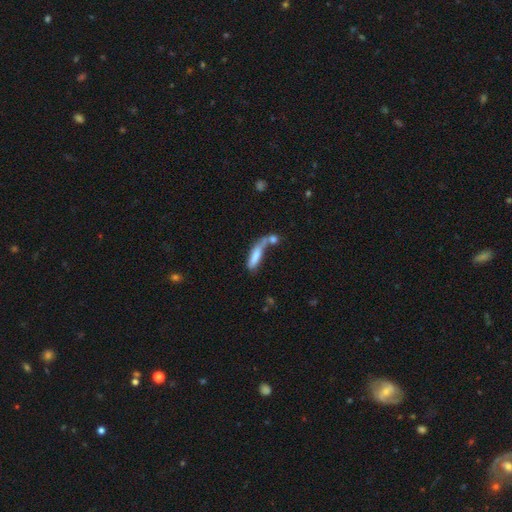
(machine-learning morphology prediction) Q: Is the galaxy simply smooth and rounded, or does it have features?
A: smooth — 71%.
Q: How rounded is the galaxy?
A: cigar-shaped — 72%.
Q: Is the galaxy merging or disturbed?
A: merger — 44%.